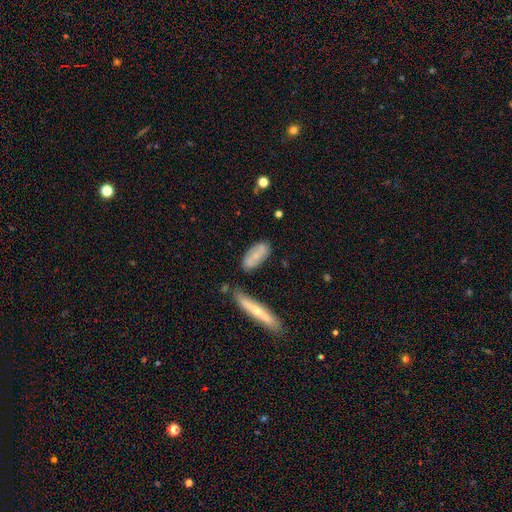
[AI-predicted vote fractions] Smooth or featured: smooth — 48% (featured or disk — 45%)
Merging: none — 72% (minor disturbance — 17%)